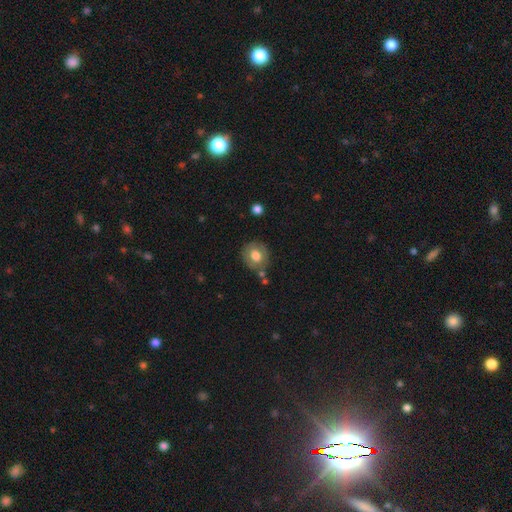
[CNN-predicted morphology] Overall: smooth (67%). How rounded: round (77%). Merging: none (75%).